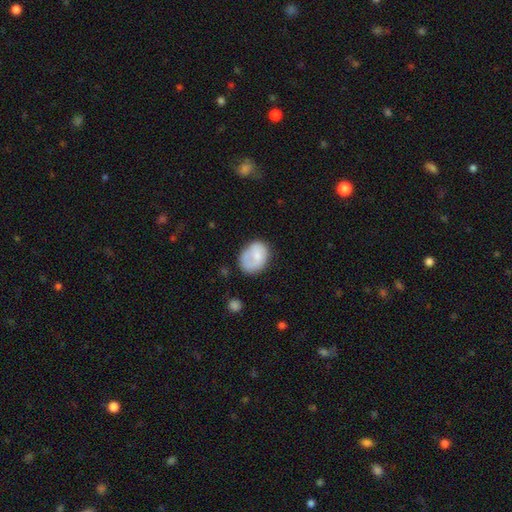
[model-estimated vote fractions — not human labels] A smooth galaxy with no disk features (69%) that is in between round and cigar-shaped (60%). Merging: none (54%).